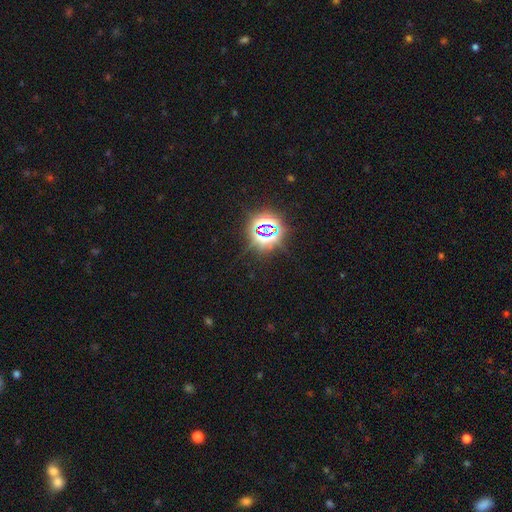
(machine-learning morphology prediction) The model was most divided on "smooth or featured": star or artifact: 67%, smooth: 27%, featured or disk: 5%.